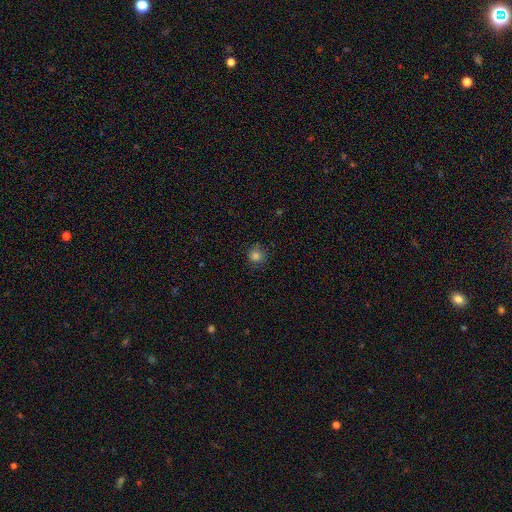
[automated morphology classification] smooth-or-featured: smooth: 83% | star or artifact: 13% | featured or disk: 4%
  how-rounded: round: 92% | in between: 7% | cigar-shaped: 1%
  merging: none: 83% | minor disturbance: 13% | major disturbance: 3% | merger: 2%